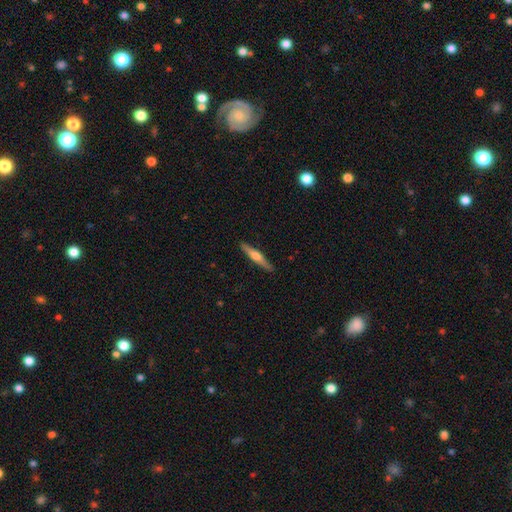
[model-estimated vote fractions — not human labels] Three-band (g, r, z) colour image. It shows a featured or disk galaxy (56%) viewed edge-on (97%) with a rounded central bulge (85%). Merging: none (91%).